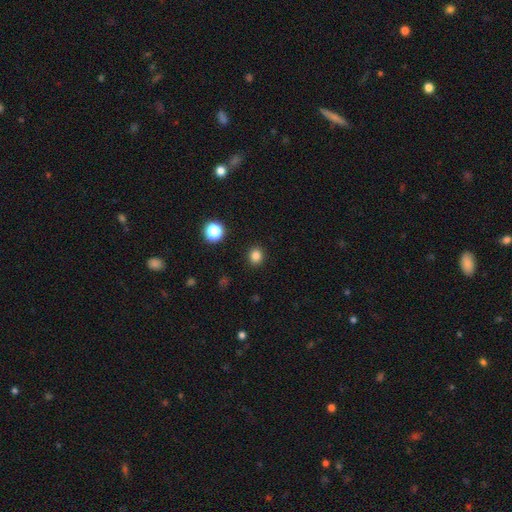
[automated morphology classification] This is clearly a smooth galaxy (83%). How rounded: clearly round (81%). Merging: clearly none (91%).